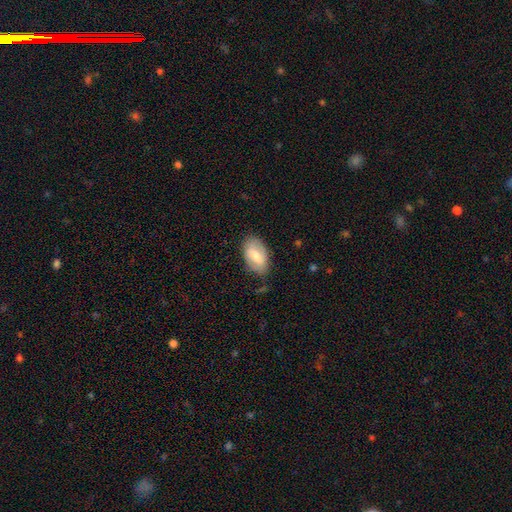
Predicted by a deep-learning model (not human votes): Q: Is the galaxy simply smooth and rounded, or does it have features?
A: smooth — 64%.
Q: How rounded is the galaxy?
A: in between — 93%.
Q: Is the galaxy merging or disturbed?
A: none — 75%.